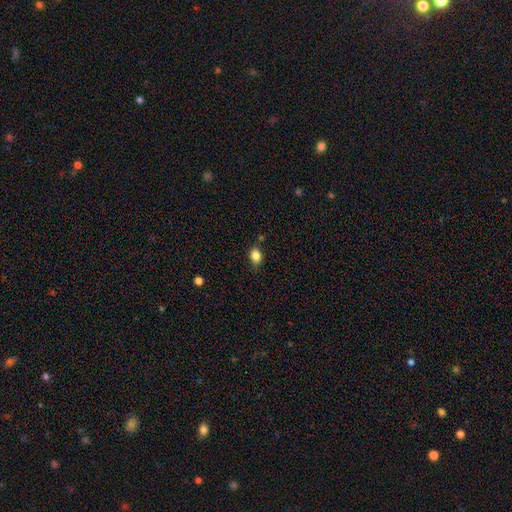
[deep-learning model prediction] Q: Smooth or featured?
A: smooth (84%); runner-up: star or artifact (10%)
Q: How rounded?
A: in between (66%); runner-up: round (32%)
Q: Merging?
A: none (75%); runner-up: minor disturbance (18%)